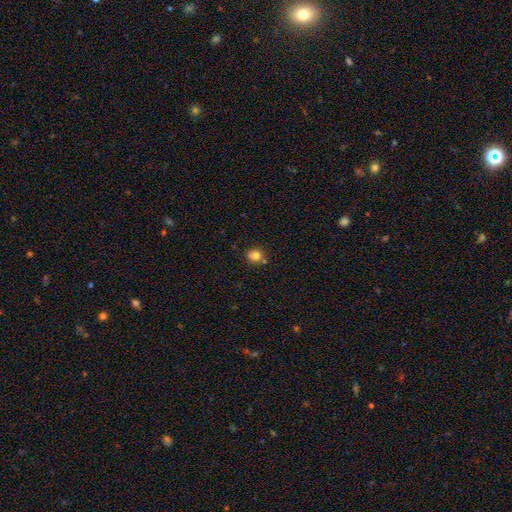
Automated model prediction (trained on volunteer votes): This is likely a smooth galaxy (77%). How rounded: likely round (77%). Merging: likely none (69%).